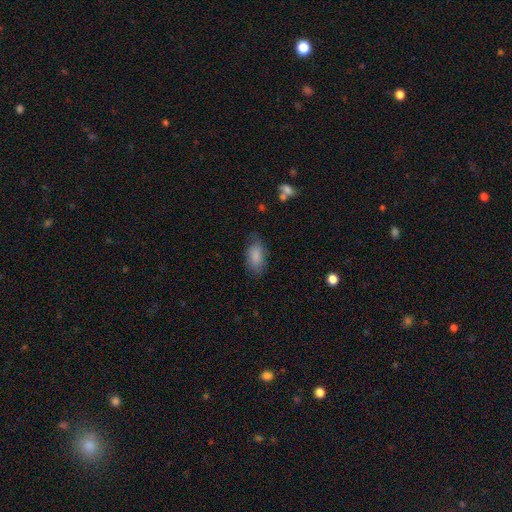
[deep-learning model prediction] Smooth or featured? smooth (85%)
How rounded? in between (92%)
Merging? none (70%)